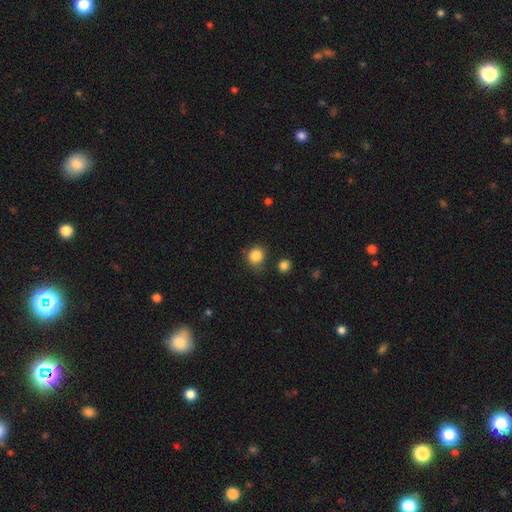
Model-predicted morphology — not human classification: Smooth or featured?
  - smooth: 86% *
  - star or artifact: 10%
  - featured or disk: 4%
How rounded?
  - round: 83% *
  - in between: 16%
  - cigar-shaped: 1%
Merging?
  - none: 72% *
  - minor disturbance: 18%
  - merger: 5%
  - major disturbance: 5%